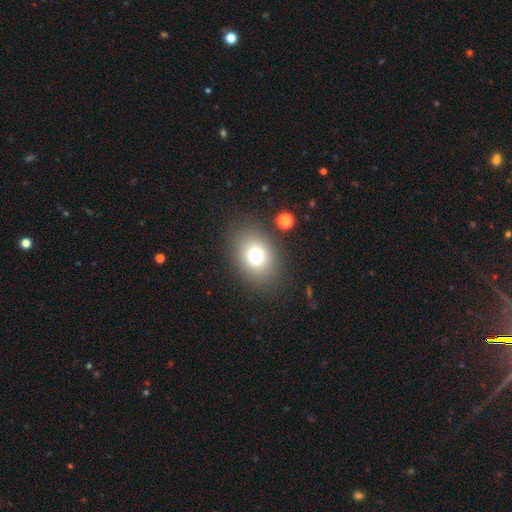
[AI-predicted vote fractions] Overall: smooth (75%). How rounded: in between (59%; round 40%). Merging: none (83%).